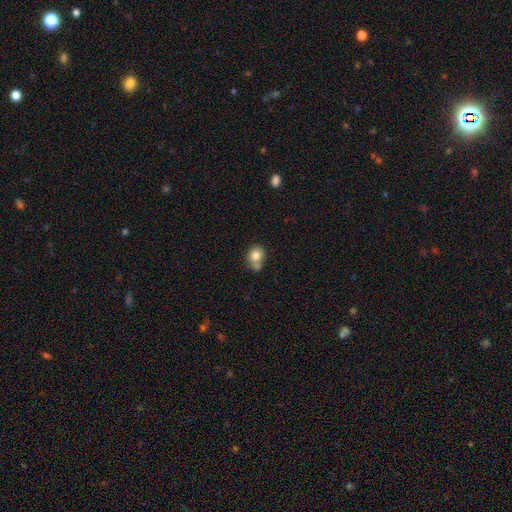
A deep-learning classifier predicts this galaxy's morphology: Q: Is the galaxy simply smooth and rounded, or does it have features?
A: smooth — 79%.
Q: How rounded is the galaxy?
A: round — 67%.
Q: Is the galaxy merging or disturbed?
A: none — 46%.